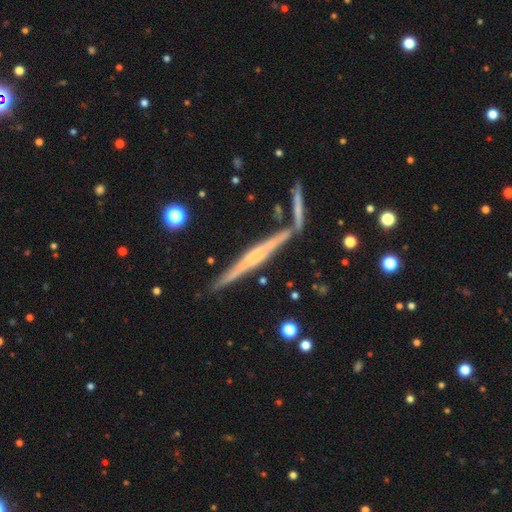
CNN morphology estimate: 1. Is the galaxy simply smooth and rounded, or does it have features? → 68% featured or disk, 25% smooth, 7% star or artifact.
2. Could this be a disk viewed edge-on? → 97% yes, 3% no.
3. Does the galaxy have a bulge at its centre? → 42% none, 35% rounded, 23% boxy.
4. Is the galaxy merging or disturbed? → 74% none, 12% merger, 11% minor disturbance, 3% major disturbance.